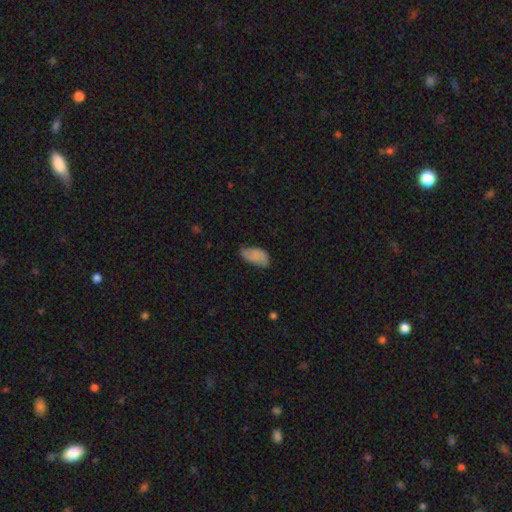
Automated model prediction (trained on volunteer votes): smooth-or-featured: smooth: 77% | featured or disk: 15% | star or artifact: 8%
  how-rounded: in between: 94% | cigar-shaped: 3% | round: 3%
  merging: none: 54% | minor disturbance: 37% | major disturbance: 8% | merger: 2%